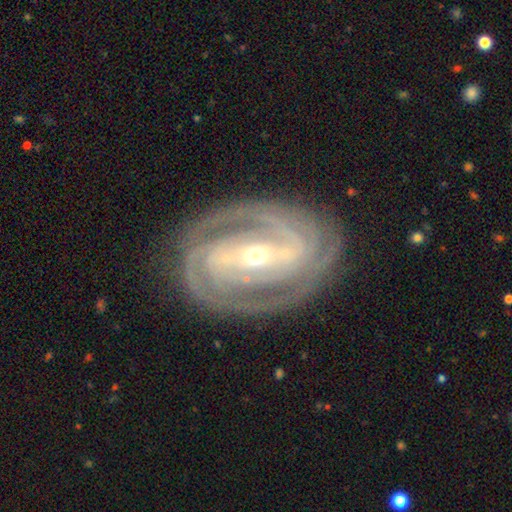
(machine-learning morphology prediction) The model was most divided on "bulge size": small: 57%, moderate: 39%, large: 2%, none: 1%, dominant: 1%. Remaining: spiral arms — yes (98%); edge-on disk — no (96%); smooth or featured — featured or disk (91%); merging — none (82%); spiral winding — tight (74%); bar — strong (63%); spiral arm count — 2 (47%).